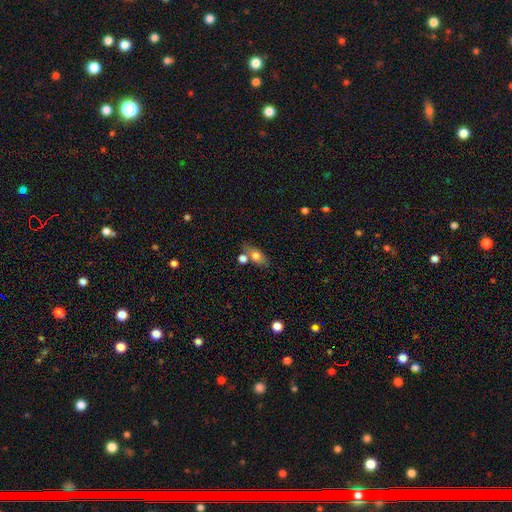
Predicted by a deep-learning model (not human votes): Morphology: type=smooth (72%); roundness=in between (80%); merging=none (55%).